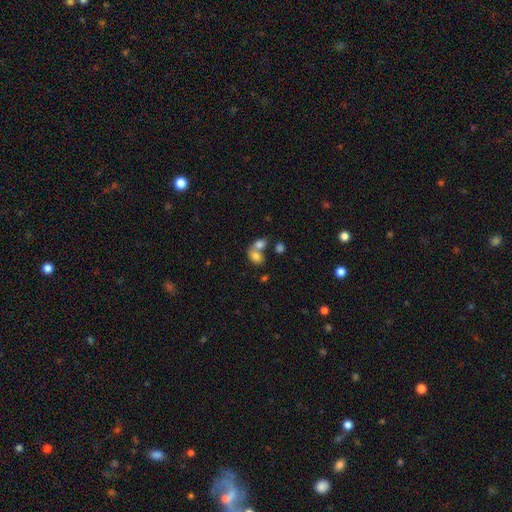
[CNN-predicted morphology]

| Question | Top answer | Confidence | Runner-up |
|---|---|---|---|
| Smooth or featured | smooth | 77% | featured or disk (13%) |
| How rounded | in between | 78% | round (21%) |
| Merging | merger | 59% | none (28%) |